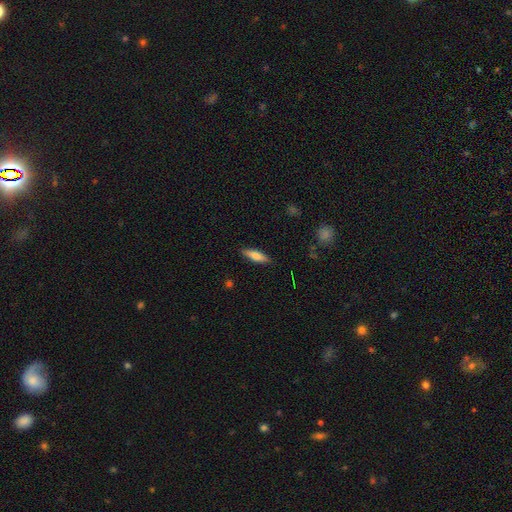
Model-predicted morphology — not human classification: Smooth or featured: smooth — 75% (featured or disk — 19%)
How rounded: cigar-shaped — 56% (in between — 42%)
Merging: none — 86% (minor disturbance — 10%)